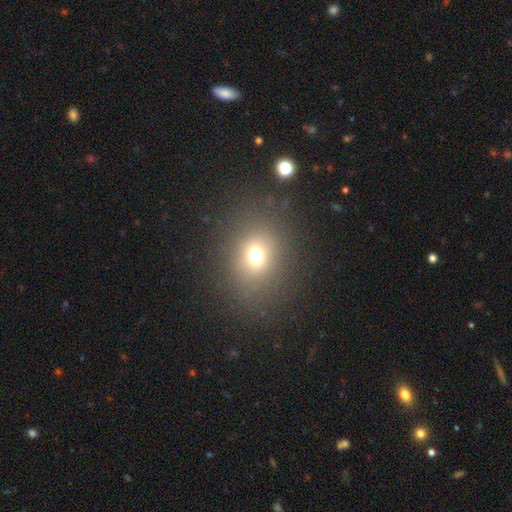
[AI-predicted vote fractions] Smooth or featured? smooth (69%)
How rounded? round (63%)
Merging? none (82%)